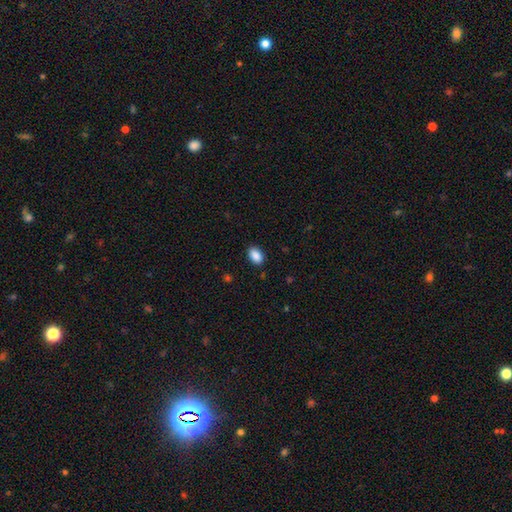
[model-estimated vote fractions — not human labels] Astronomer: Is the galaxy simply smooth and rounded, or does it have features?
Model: smooth — 89%.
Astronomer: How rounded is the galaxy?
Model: in between — 90%.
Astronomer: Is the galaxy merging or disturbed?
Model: none — 88%.